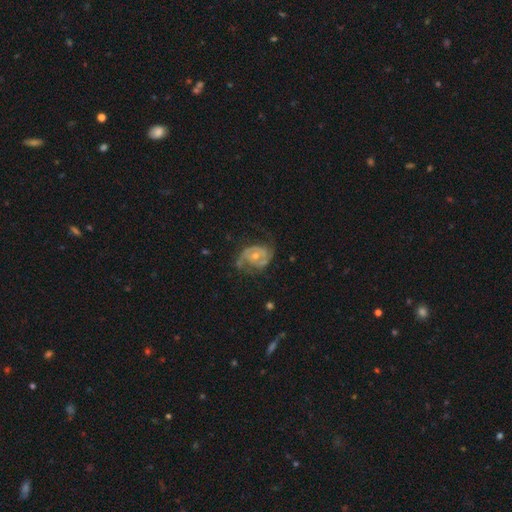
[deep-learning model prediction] Morphology: type=featured or disk (82%); edge-on=no (97%); bar=no (65%); spiral arms=yes (91%); winding=tight (42%); arm count=2 (73%); bulge=moderate (58%); merging=none (58%).